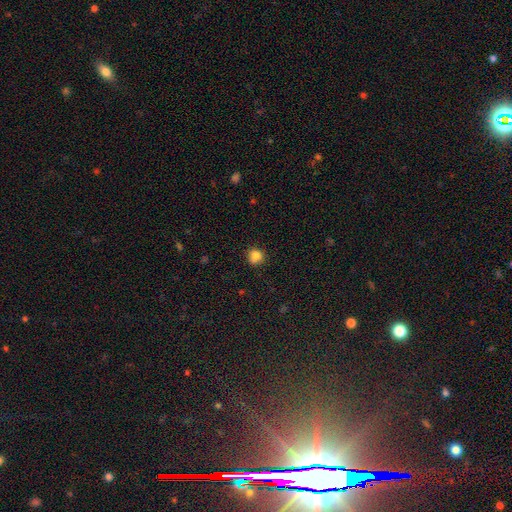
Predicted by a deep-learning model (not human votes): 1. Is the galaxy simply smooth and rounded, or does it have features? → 82% smooth, 11% star or artifact, 6% featured or disk.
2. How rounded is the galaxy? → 89% round, 10% in between, 1% cigar-shaped.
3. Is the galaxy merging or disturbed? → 77% none, 15% minor disturbance, 5% merger, 3% major disturbance.